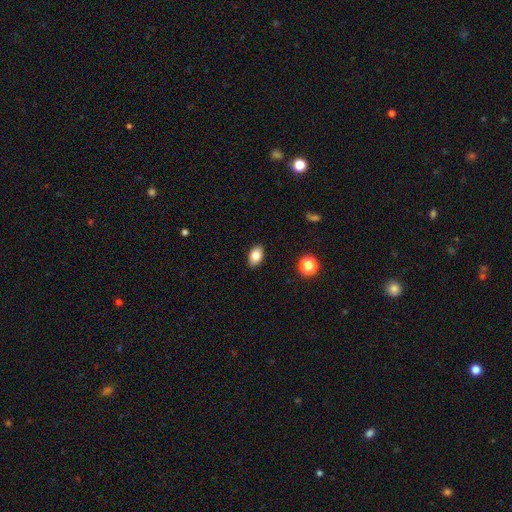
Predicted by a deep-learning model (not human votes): A smooth galaxy with no disk features (82%) that is in between round and cigar-shaped (88%).

Vote fractions:
- Smooth or featured? smooth: 82% / star or artifact: 9% / featured or disk: 9%
- How rounded? in between: 88% / round: 10% / cigar-shaped: 2%
- Merging? none: 88% / minor disturbance: 9% / major disturbance: 2% / merger: 1%